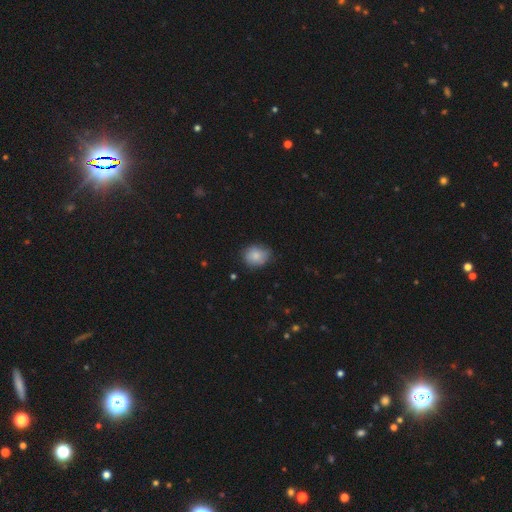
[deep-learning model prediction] smooth 83%, featured or disk 10%, star or artifact 8%. Down the decision tree: how rounded — round (58%); merging — none (73%).